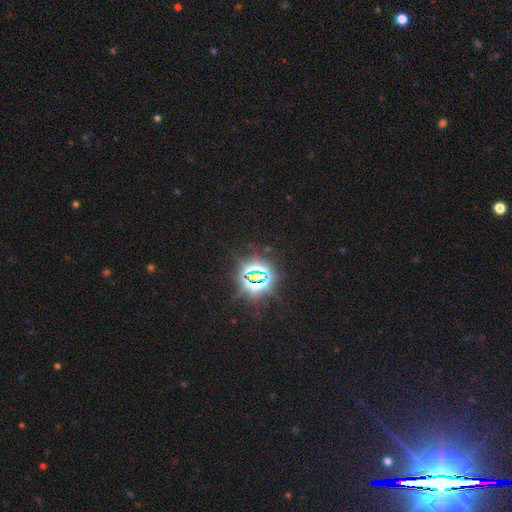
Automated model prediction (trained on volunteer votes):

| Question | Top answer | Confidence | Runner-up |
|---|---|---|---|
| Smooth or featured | star or artifact | 80% | smooth (14%) |